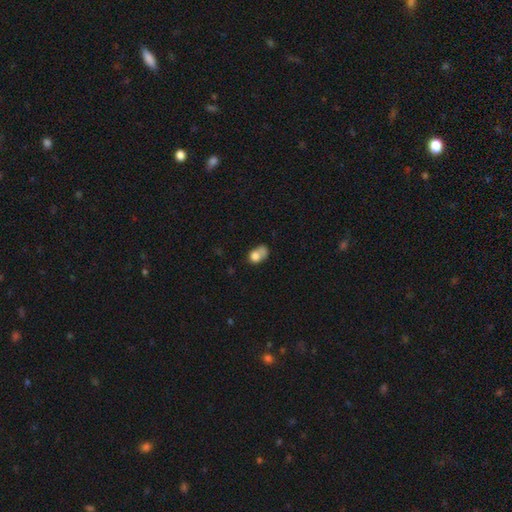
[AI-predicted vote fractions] smooth_or_featured: smooth (p=0.73) [alt: featured or disk p=0.16]
how_rounded: in between (p=0.60) [alt: round p=0.38]
merging: merger (p=0.39) [alt: none p=0.26]